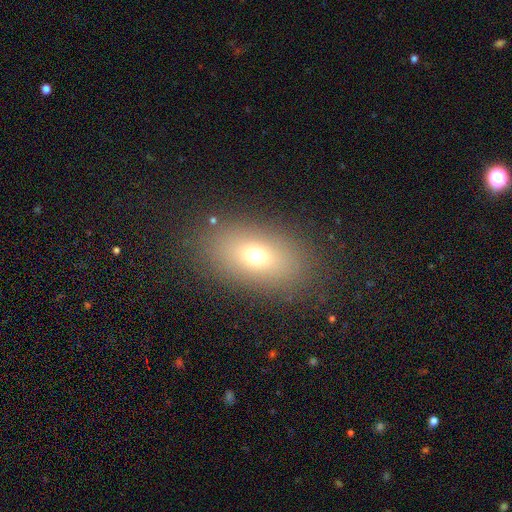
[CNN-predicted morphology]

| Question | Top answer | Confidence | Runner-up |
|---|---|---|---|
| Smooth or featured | smooth | 67% | featured or disk (17%) |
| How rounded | in between | 82% | round (14%) |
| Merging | none | 85% | minor disturbance (9%) |